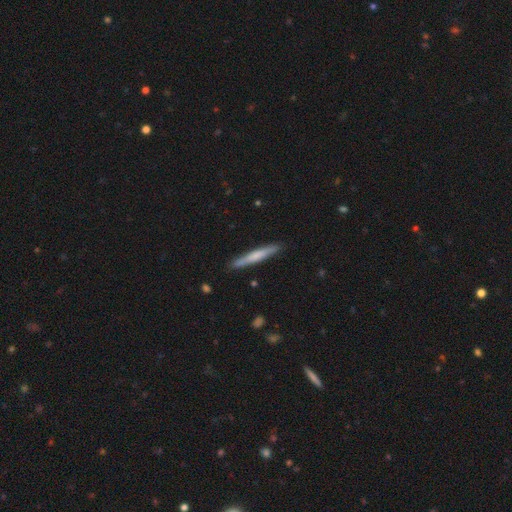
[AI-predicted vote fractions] Smooth or featured? smooth (58%)
How rounded? cigar-shaped (96%)
Merging? none (89%)